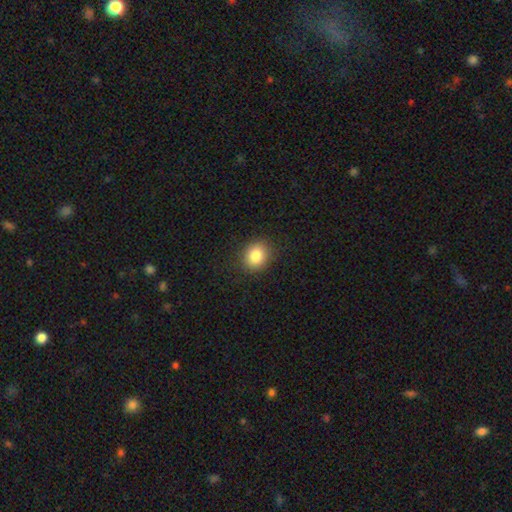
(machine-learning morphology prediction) Q: Smooth or featured?
A: smooth (83%); runner-up: star or artifact (10%)
Q: How rounded?
A: round (68%); runner-up: in between (31%)
Q: Merging?
A: none (89%); runner-up: minor disturbance (8%)